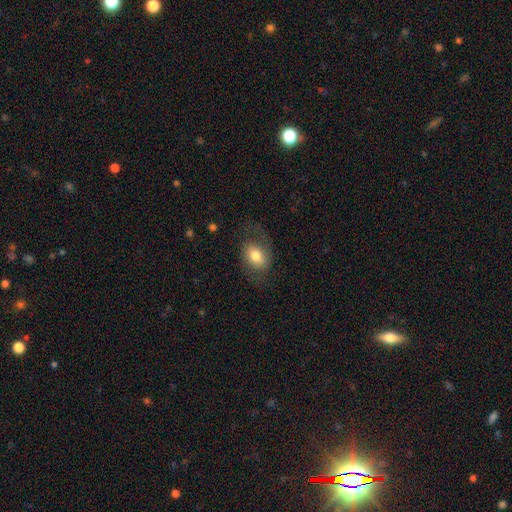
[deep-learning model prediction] This is likely a smooth galaxy (63%). How rounded: likely in between (74%). Merging: likely none (64%).